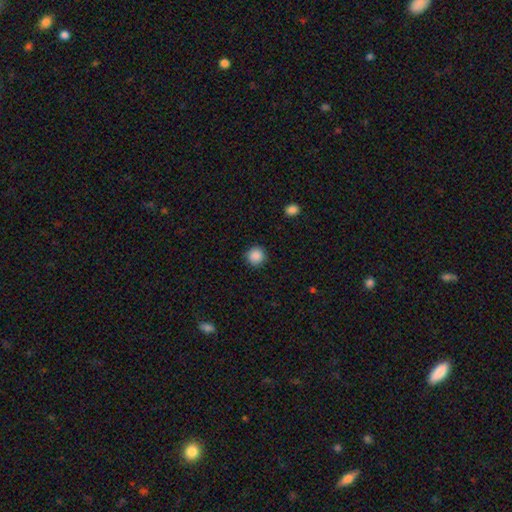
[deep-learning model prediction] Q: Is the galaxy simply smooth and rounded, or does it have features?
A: smooth — 88%.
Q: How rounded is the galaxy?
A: round — 94%.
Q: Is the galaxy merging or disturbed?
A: none — 90%.